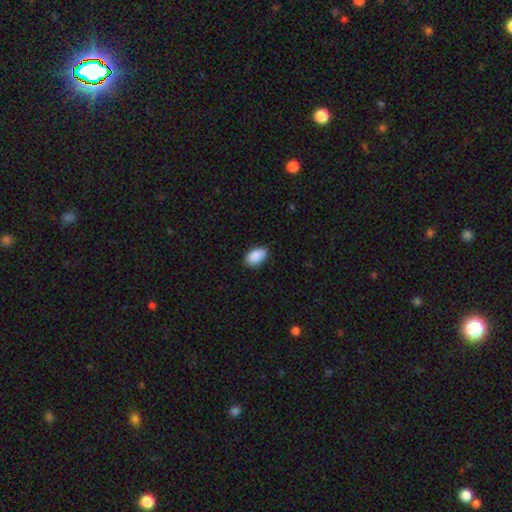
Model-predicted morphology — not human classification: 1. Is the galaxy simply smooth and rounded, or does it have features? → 91% smooth, 6% star or artifact, 3% featured or disk.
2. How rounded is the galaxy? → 94% in between, 4% round, 2% cigar-shaped.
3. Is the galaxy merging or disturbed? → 85% none, 12% minor disturbance, 2% major disturbance, 1% merger.